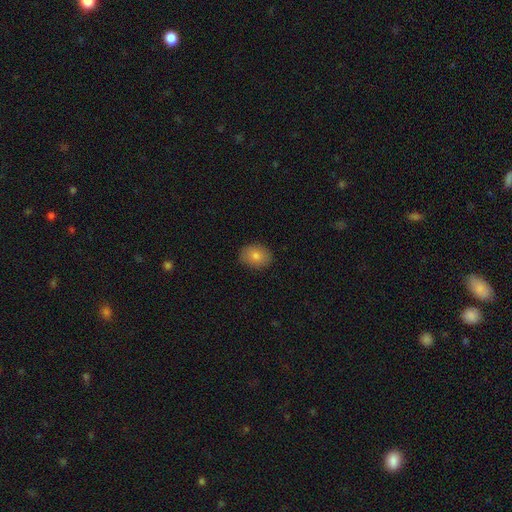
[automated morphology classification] smooth_or_featured: smooth (p=0.80) [alt: featured or disk p=0.11]
how_rounded: in between (p=0.55) [alt: round p=0.44]
merging: none (p=0.87) [alt: minor disturbance p=0.10]